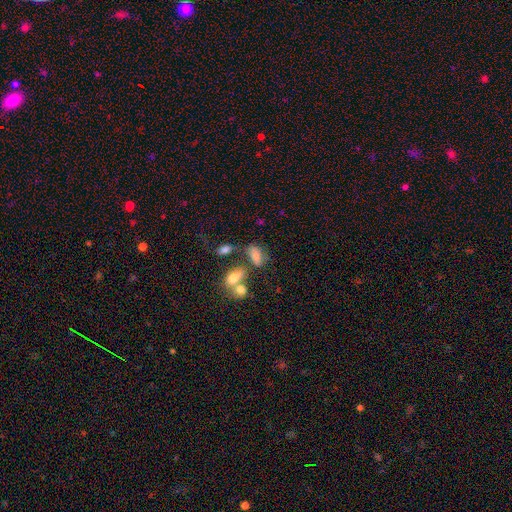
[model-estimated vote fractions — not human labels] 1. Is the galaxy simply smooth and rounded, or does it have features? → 72% smooth, 16% featured or disk, 12% star or artifact.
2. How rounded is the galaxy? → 85% in between, 9% round, 6% cigar-shaped.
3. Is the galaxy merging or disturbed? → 40% none, 30% merger, 18% minor disturbance, 11% major disturbance.